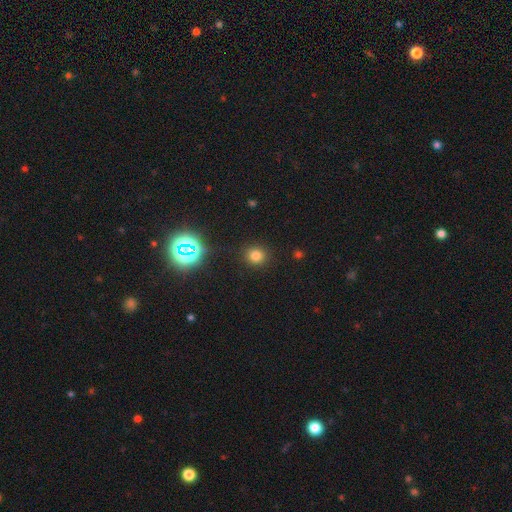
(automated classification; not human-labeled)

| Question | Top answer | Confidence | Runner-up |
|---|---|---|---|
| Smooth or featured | smooth | 75% | star or artifact (19%) |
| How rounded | round | 89% | in between (10%) |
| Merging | none | 90% | minor disturbance (6%) |